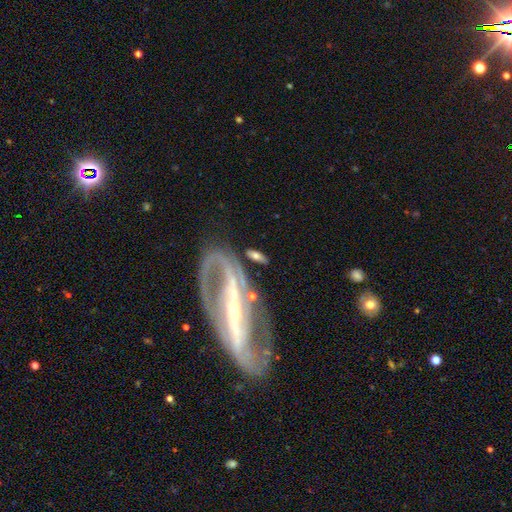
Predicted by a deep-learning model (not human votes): Morphology: type=smooth (49%); merging=none (60%).